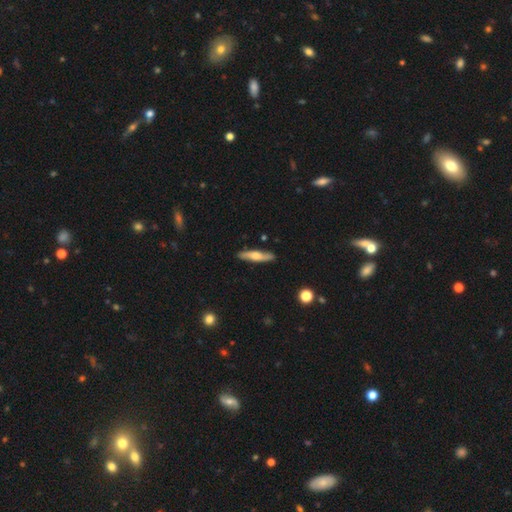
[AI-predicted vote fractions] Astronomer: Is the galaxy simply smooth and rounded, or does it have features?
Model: smooth — 49% (runner-up: featured or disk, 45%).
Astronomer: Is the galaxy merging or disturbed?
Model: none — 87%.